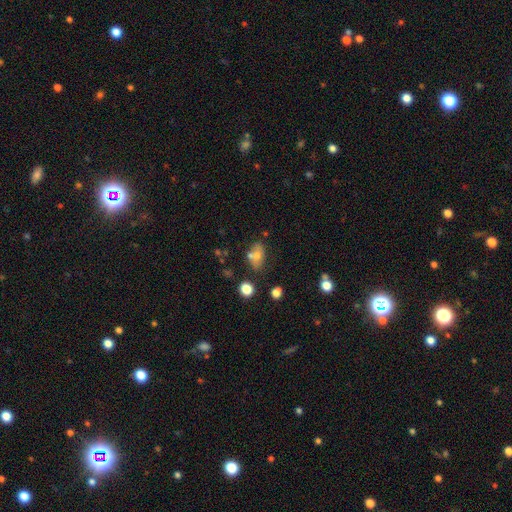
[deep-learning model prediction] This is likely a smooth galaxy (62%). How rounded: likely in between (76%). Merging: possibly none (49%).